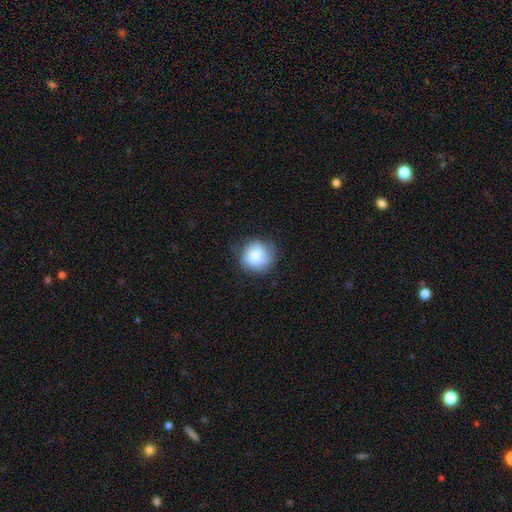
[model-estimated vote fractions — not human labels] A smooth galaxy with no disk features (72%) that is round (87%).

Vote fractions:
- Smooth or featured? smooth: 72% / featured or disk: 20% / star or artifact: 8%
- How rounded? round: 87% / in between: 12% / cigar-shaped: 1%
- Merging? none: 69% / minor disturbance: 22% / major disturbance: 8% / merger: 1%